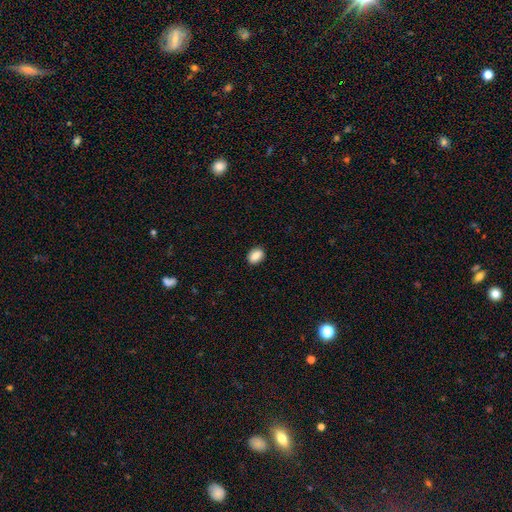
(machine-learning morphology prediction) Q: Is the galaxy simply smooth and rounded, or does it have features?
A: smooth — 86%.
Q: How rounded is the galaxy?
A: in between — 77%.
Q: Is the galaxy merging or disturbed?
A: none — 89%.